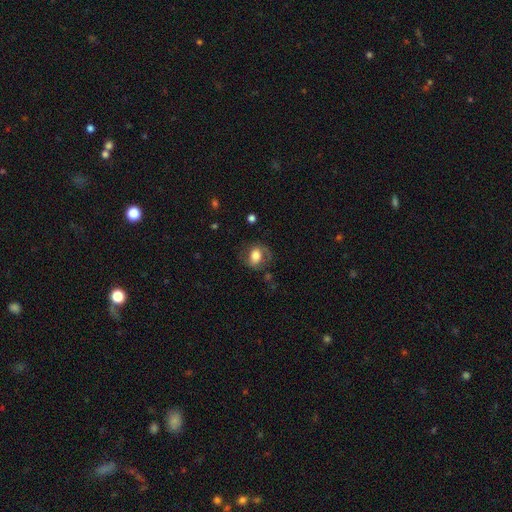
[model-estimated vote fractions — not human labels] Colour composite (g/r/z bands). It shows a smooth galaxy with no disk features (60%) that is in between round and cigar-shaped (59%). Merging: none (60%).